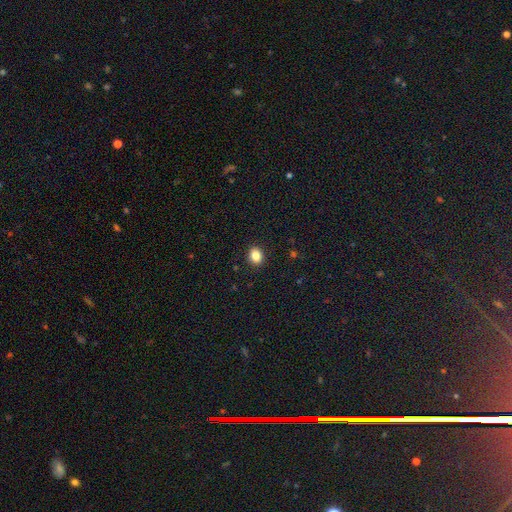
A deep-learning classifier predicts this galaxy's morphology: The model was most divided on "how rounded": in between: 56%, round: 43%, cigar-shaped: 1%. More confident: merging — none (91%); smooth or featured — smooth (85%).